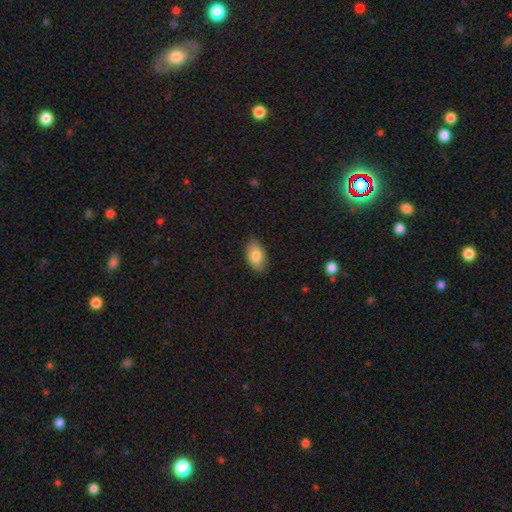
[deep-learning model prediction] smooth-or-featured: smooth: 84% | featured or disk: 9% | star or artifact: 7%
  how-rounded: in between: 93% | round: 5% | cigar-shaped: 2%
  merging: none: 84% | minor disturbance: 13% | major disturbance: 3% | merger: 1%